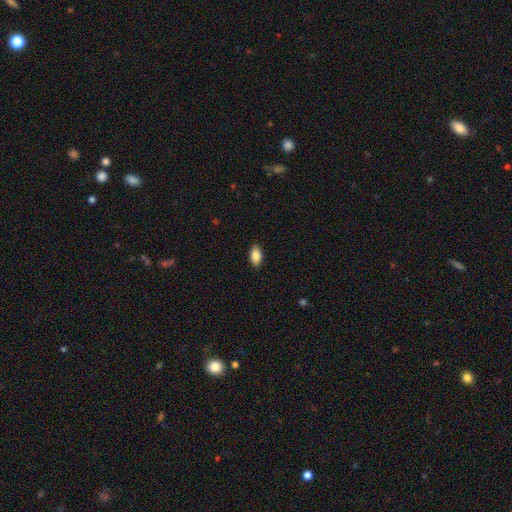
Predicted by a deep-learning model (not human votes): A smooth galaxy with no disk features (86%) that is in between round and cigar-shaped (91%). Merging: none (88%).